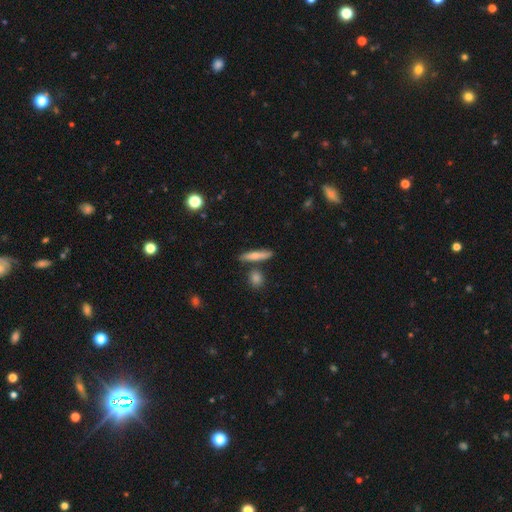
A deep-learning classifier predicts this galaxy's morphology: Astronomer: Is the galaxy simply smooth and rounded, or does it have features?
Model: smooth — 69%.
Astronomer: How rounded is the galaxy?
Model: cigar-shaped — 84%.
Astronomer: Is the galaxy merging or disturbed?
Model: none — 78%.